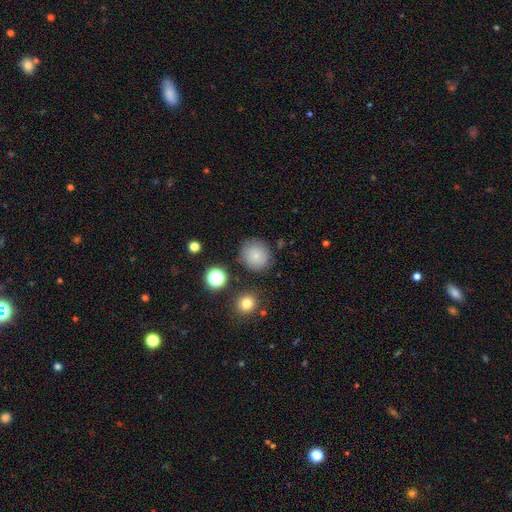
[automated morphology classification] Smooth or featured? smooth (80%)
How rounded? round (90%)
Merging? none (83%)